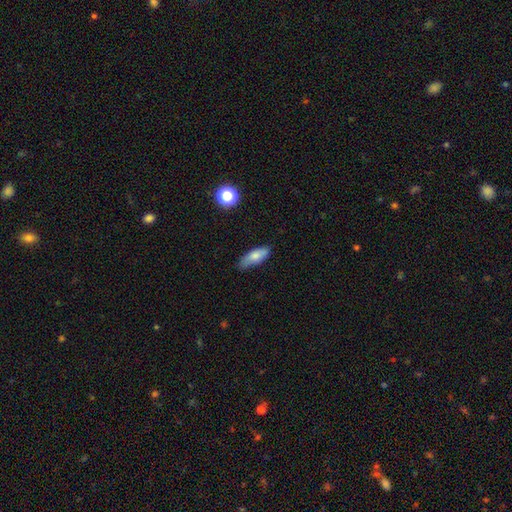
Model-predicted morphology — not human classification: Overall: smooth (77%). How rounded: in between (67%; cigar-shaped 30%). Merging: none (76%).